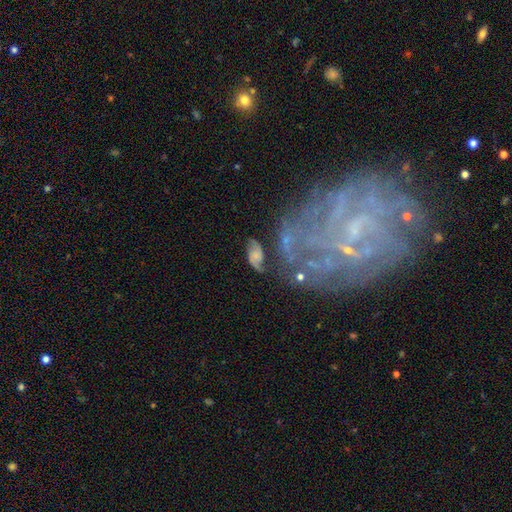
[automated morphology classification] smooth-or-featured: featured or disk: 65% | smooth: 27% | star or artifact: 8%
  disk-edge-on: no: 96% | yes: 4%
    bar: no: 59% | weak: 34% | strong: 7%
    has-spiral-arms: yes: 90% | no: 10%
      spiral-winding: loose: 42% | medium: 40% | tight: 17%
      spiral-arm-count: 2: 87% | can't tell: 6% | 1: 4% | 3: 1% | 4: 1% | more than 4: 1%
    bulge-size: none: 36% | small: 33% | moderate: 22% | large: 6% | dominant: 2%
  merging: none: 57% | minor disturbance: 24% | major disturbance: 12% | merger: 7%